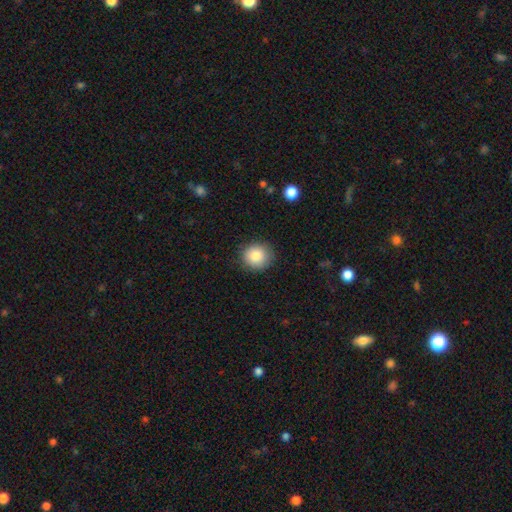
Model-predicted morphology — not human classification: Smooth or featured? smooth (85%)
How rounded? round (89%)
Merging? none (88%)